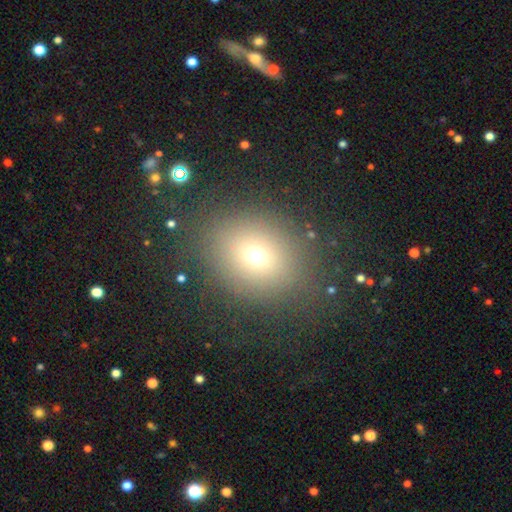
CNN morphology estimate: This appears to be a smooth galaxy with no disk features (66%) that is round (65%). Merging: none (82%).